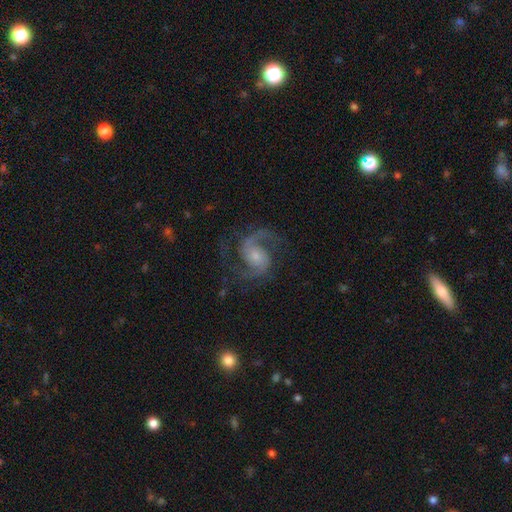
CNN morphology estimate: Overall: featured or disk (91%). Edge-on disk: no (98%). Bar: no (53%; weak 38%). Spiral arms: yes (98%). Spiral arm count: 2 (90%). Spiral winding: medium (61%; loose 25%). Bulge size: small (52%; moderate 33%). Merging: none (75%).